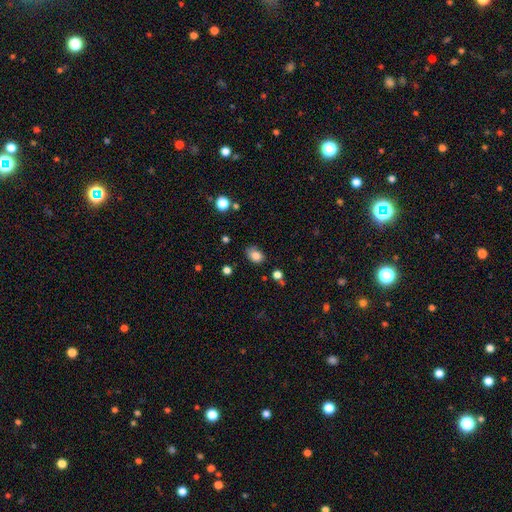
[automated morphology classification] The model was most divided on "merging": none: 74%, minor disturbance: 19%, major disturbance: 4%, merger: 2%. More confident: smooth or featured — smooth (84%); how rounded — in between (78%).